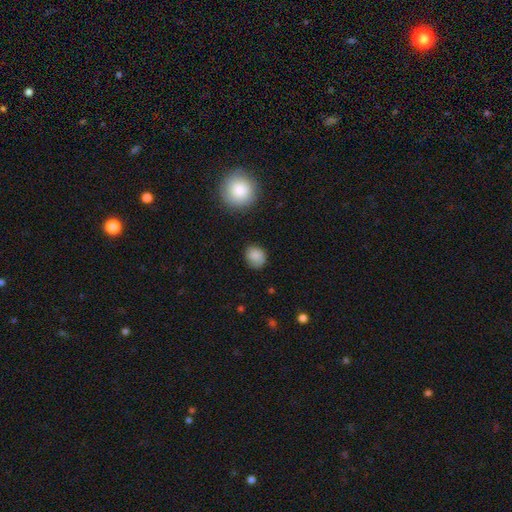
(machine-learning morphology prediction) Overall: smooth (84%). How rounded: round (71%). Merging: none (76%).